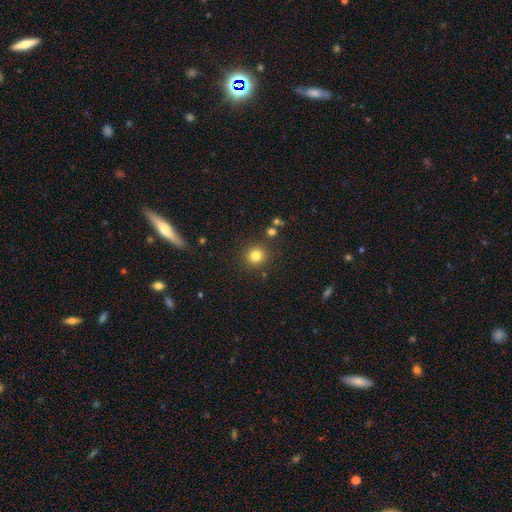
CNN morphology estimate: Smooth or featured: smooth — 80% (star or artifact — 14%)
How rounded: round — 93% (in between — 7%)
Merging: none — 87% (minor disturbance — 7%)